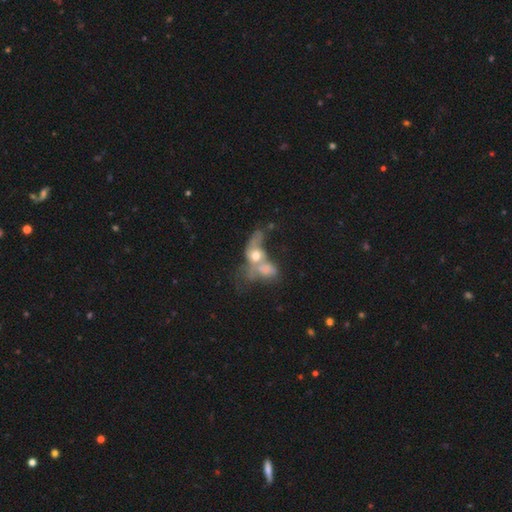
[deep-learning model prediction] Overall: featured or disk (46%; smooth 44%). Merging: merger (68%).